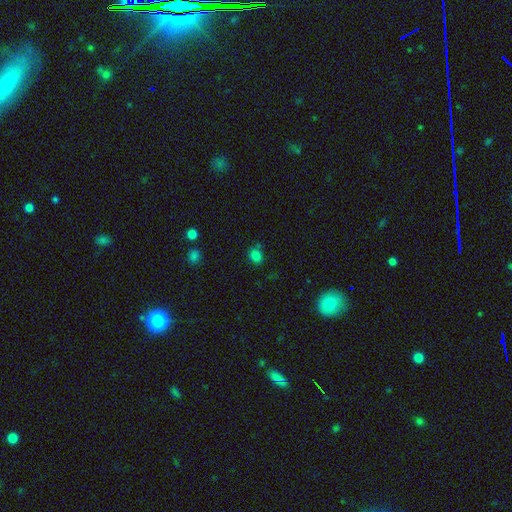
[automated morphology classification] Overall: smooth (78%). How rounded: round (57%; in between 42%). Merging: none (70%).